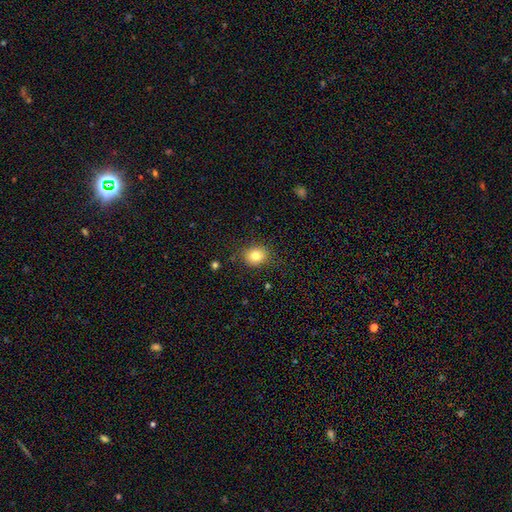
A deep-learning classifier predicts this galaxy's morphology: This appears to be a smooth galaxy with no disk features (81%) that is round (64%). Merging: none (82%).